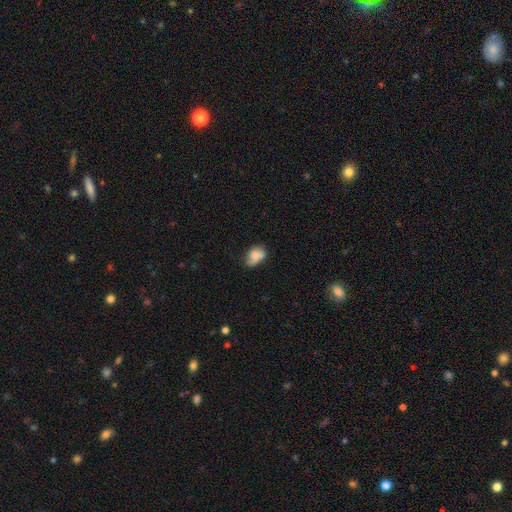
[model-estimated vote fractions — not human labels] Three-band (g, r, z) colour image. It shows a smooth galaxy with no disk features (71%) that is in between round and cigar-shaped (76%). Merging: none (39%).